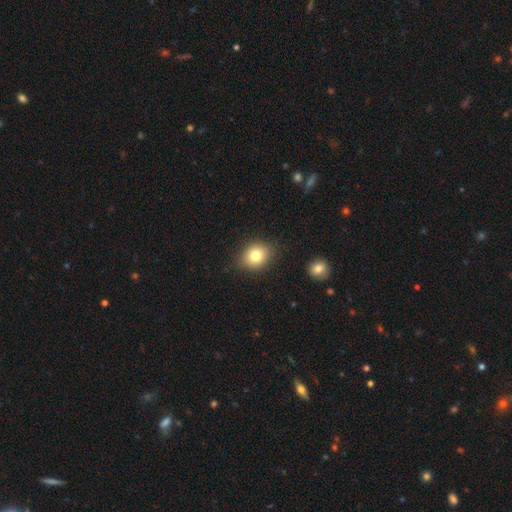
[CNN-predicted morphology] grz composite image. It shows a smooth galaxy with no disk features (79%) that is round (51%). Merging: none (84%).